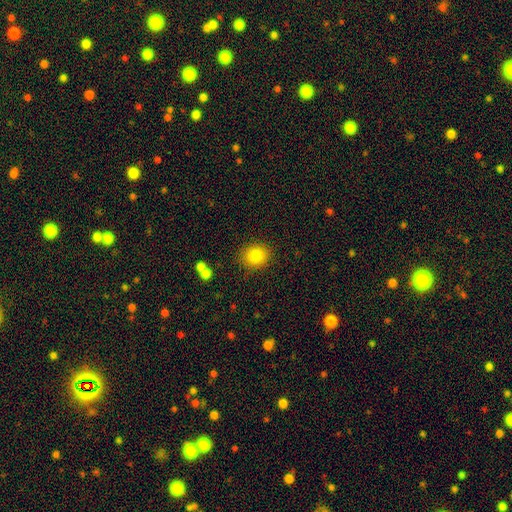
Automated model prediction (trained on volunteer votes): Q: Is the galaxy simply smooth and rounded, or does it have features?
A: smooth — 83%.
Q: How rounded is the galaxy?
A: round — 74%.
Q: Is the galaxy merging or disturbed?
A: none — 87%.